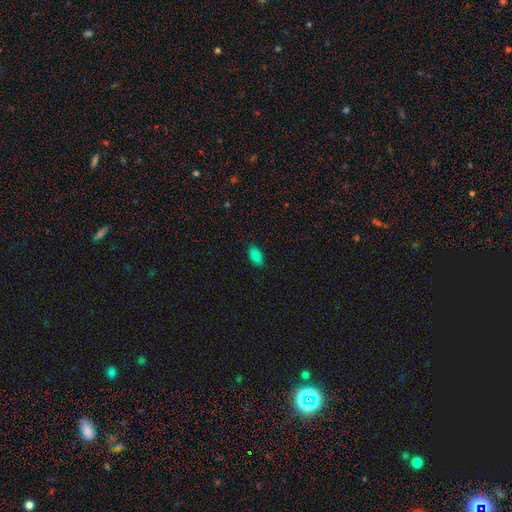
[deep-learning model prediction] smooth_or_featured: smooth (p=0.87) [alt: star or artifact p=0.10]
how_rounded: in between (p=0.93) [alt: cigar-shaped p=0.05]
merging: none (p=0.88) [alt: minor disturbance p=0.09]